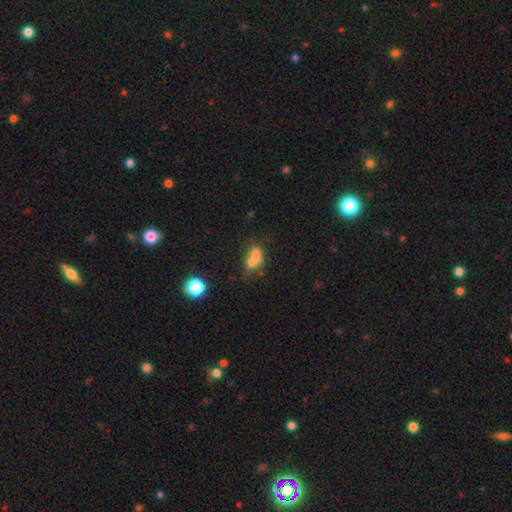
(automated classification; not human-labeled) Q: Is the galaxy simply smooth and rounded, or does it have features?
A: smooth — 65%.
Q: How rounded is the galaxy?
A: in between — 60%.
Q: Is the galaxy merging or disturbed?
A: merger — 57%.